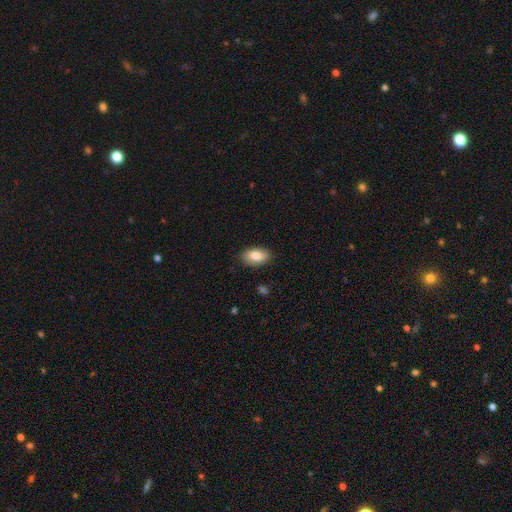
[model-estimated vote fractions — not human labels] A smooth galaxy with no disk features (81%) that is in between round and cigar-shaped (92%). Merging: none (86%).